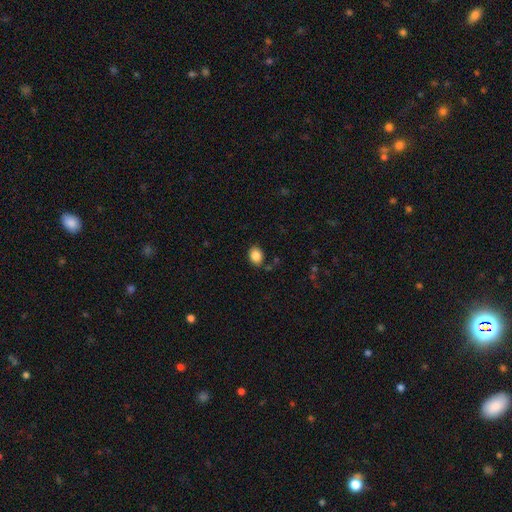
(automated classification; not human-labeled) The model was most divided on "how rounded": in between: 59%, round: 41%, cigar-shaped: 1%. More confident: smooth or featured — smooth (86%); merging — none (84%).